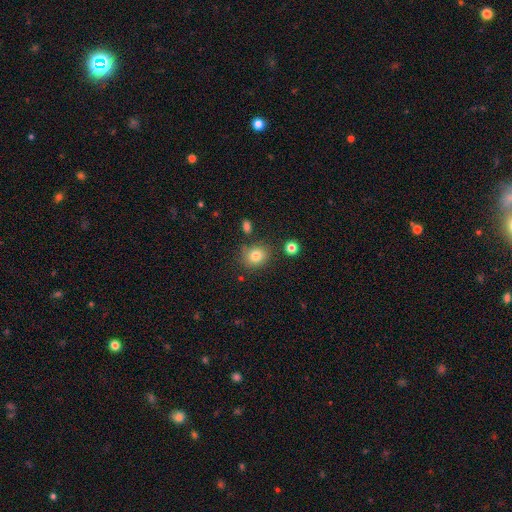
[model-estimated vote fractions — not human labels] Morphology: type=smooth (79%); roundness=round (73%); merging=none (79%).